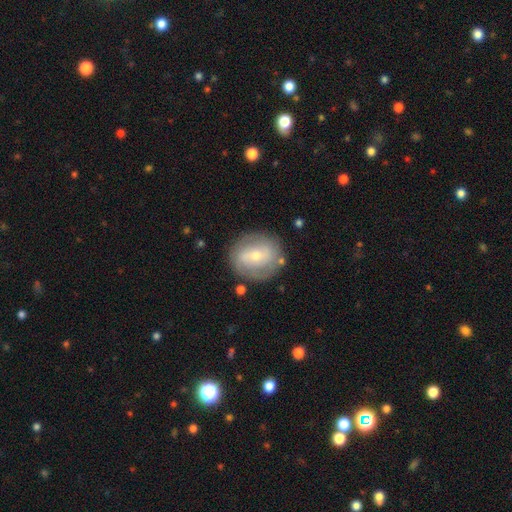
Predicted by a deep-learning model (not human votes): This is likely a featured or disk galaxy (61%). It is clearly not viewed edge-on (96%). Bar: marginally no (44%). Spiral arm pattern: likely yes (66%). Central bulge: possibly small (59%). Merging: likely none (80%).